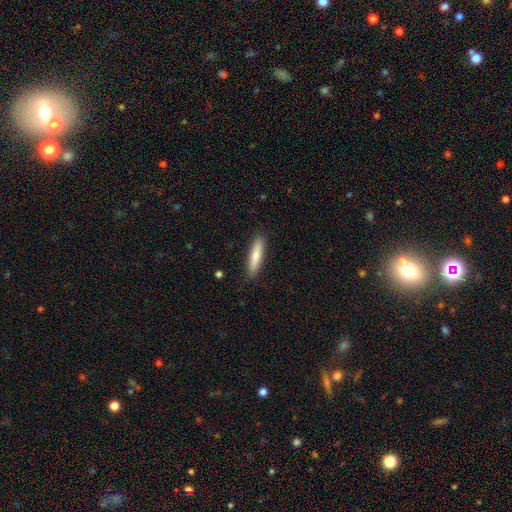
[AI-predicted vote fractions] Smooth or featured: smooth — 74% (featured or disk — 20%)
How rounded: cigar-shaped — 82% (in between — 17%)
Merging: none — 89% (minor disturbance — 8%)